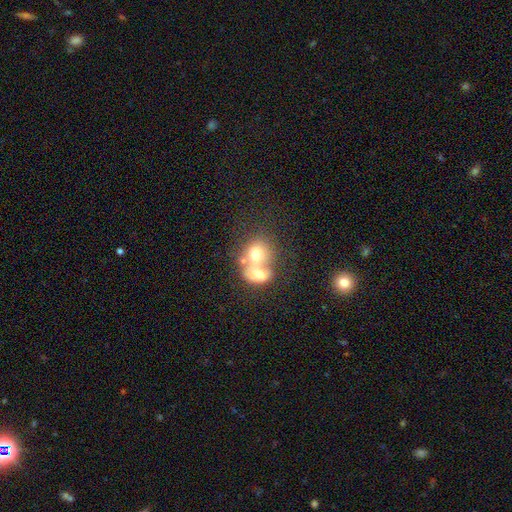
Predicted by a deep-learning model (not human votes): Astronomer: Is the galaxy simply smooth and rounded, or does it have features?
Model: smooth — 61%.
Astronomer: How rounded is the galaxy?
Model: round — 56% (runner-up: in between, 43%).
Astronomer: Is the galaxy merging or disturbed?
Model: merger — 73%.